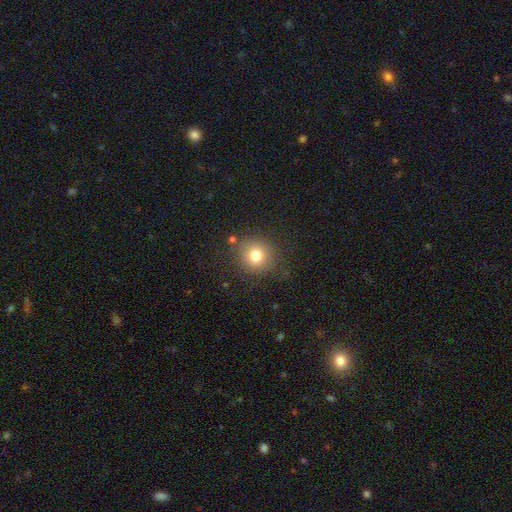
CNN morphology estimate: type=smooth (78%); roundness=round (90%); merging=none (82%).